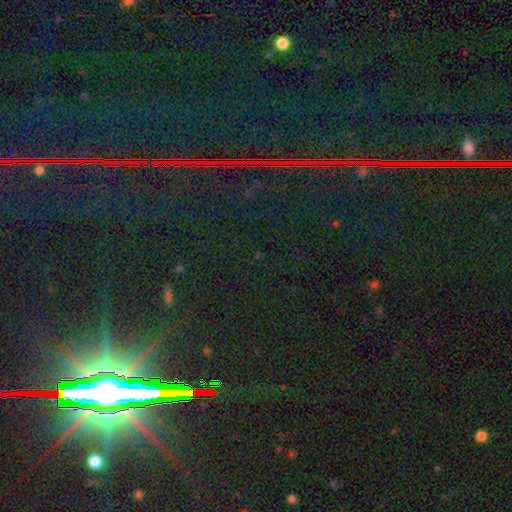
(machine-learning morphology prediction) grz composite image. It shows a star or artifact, not a galaxy (83%).